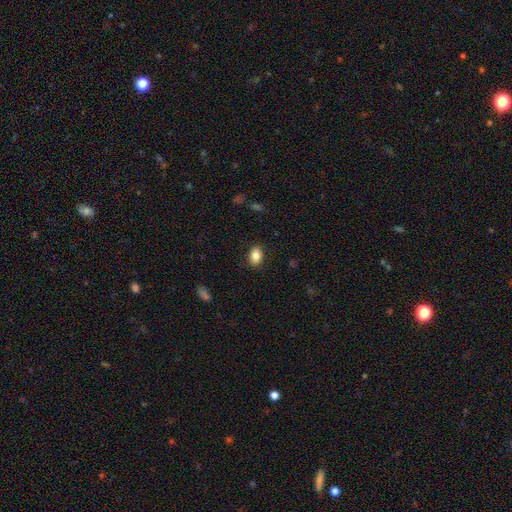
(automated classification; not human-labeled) Smooth or featured? Predicted: smooth (p=0.85). How rounded? Predicted: in between (p=0.84). Merging? Predicted: none (p=0.87).